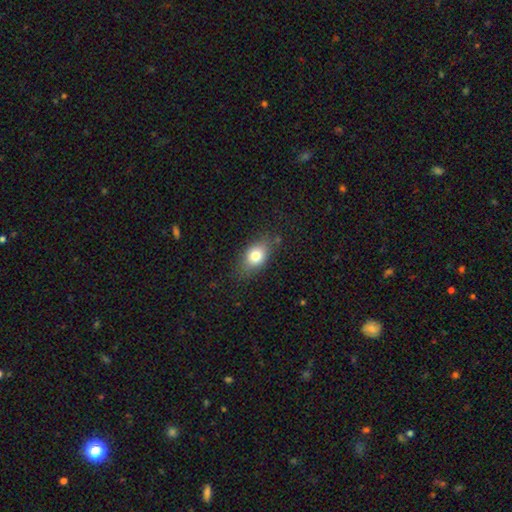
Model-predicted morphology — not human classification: A smooth galaxy with no disk features (77%) that is in between round and cigar-shaped (73%). Merging: none (77%).